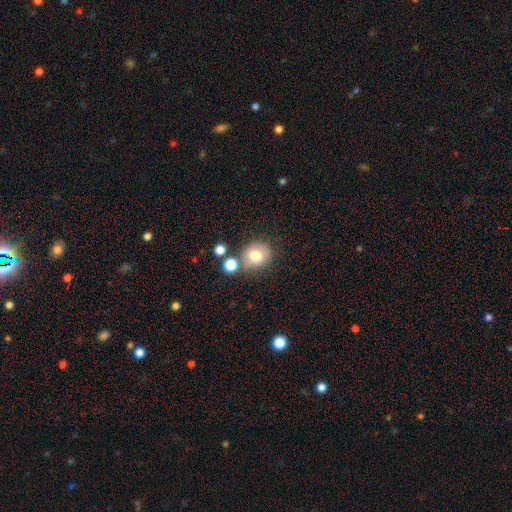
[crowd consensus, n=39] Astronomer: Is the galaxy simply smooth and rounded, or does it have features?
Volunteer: smooth — 79%.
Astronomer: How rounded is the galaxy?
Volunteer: round — 81%.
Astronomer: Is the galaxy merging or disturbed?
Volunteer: none — 76%.